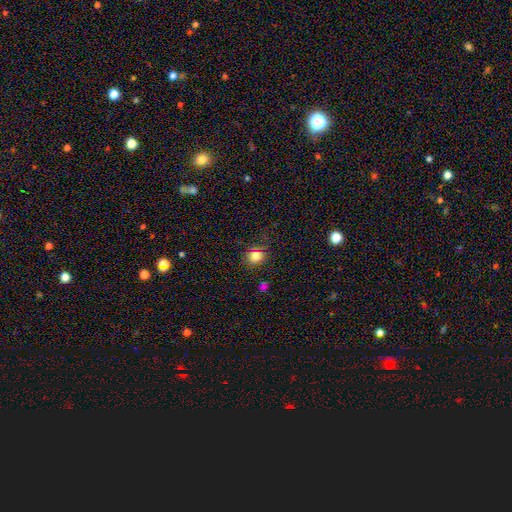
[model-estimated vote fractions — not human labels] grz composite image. It shows a smooth galaxy with no disk features (79%) that is round (85%). Merging: none (86%).